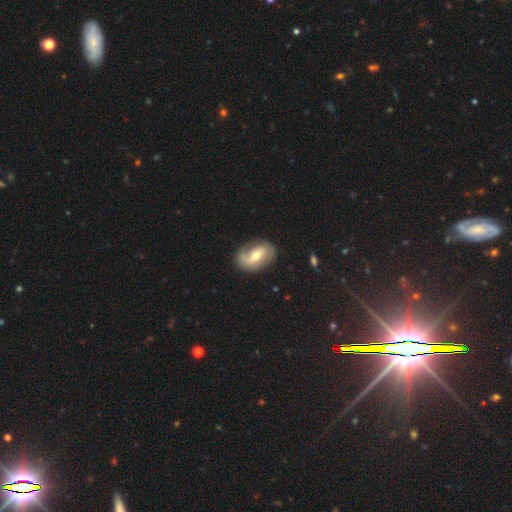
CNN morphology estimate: A featured or disk galaxy (62%) with a weak bar (45%), spiral arms (75%) and a moderate central bulge (71%). Merging: none (77%).